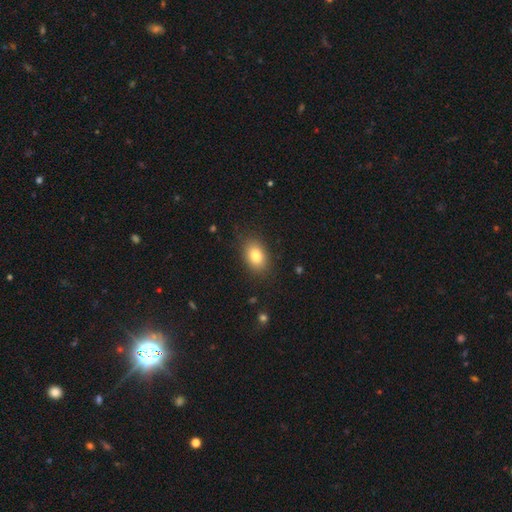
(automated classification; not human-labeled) The model was most divided on "how rounded": in between: 81%, round: 18%, cigar-shaped: 1%. More confident: merging — none (86%); smooth or featured — smooth (81%).